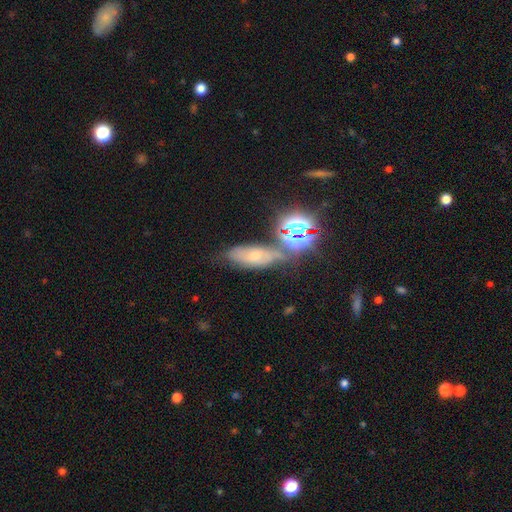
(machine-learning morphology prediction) A star or artifact, not a galaxy (37%).